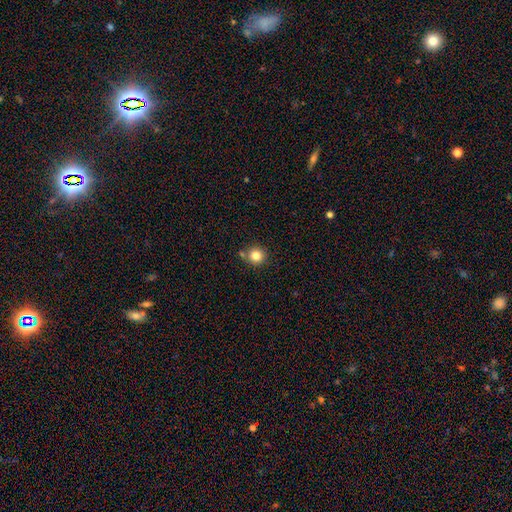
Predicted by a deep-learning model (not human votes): A smooth galaxy with no disk features (83%) that is round (94%).

Vote fractions:
- Smooth or featured? smooth: 83% / star or artifact: 12% / featured or disk: 6%
- How rounded? round: 94% / in between: 5% / cigar-shaped: 1%
- Merging? none: 78% / merger: 10% / minor disturbance: 9% / major disturbance: 2%